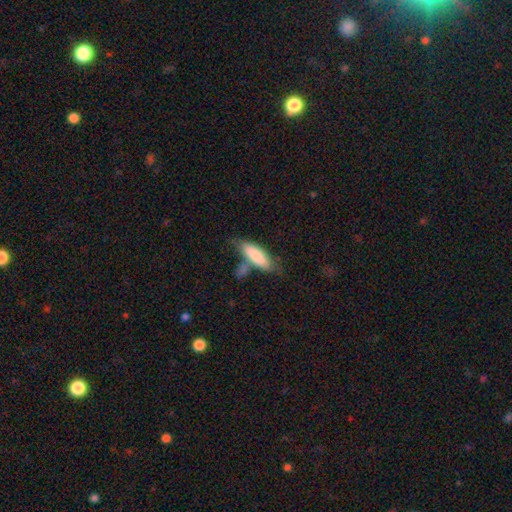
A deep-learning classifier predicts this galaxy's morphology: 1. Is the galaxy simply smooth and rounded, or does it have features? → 80% smooth, 14% featured or disk, 6% star or artifact.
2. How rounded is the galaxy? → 57% in between, 41% cigar-shaped, 2% round.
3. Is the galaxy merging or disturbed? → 49% none, 22% merger, 21% minor disturbance, 8% major disturbance.